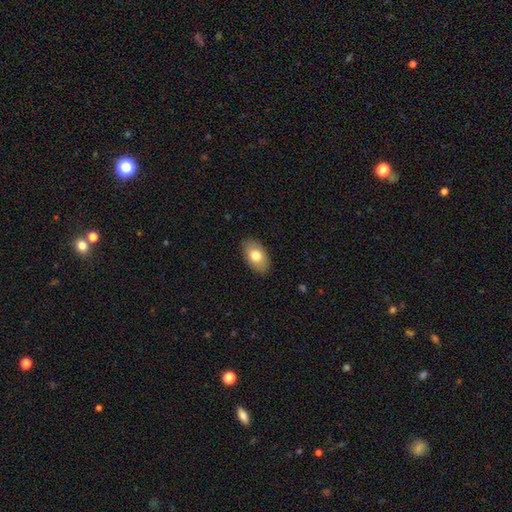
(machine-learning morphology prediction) Smooth or featured?
  - smooth: 76% *
  - featured or disk: 18%
  - star or artifact: 7%
How rounded?
  - in between: 92% *
  - round: 6%
  - cigar-shaped: 2%
Merging?
  - none: 87% *
  - minor disturbance: 10%
  - major disturbance: 2%
  - merger: 1%